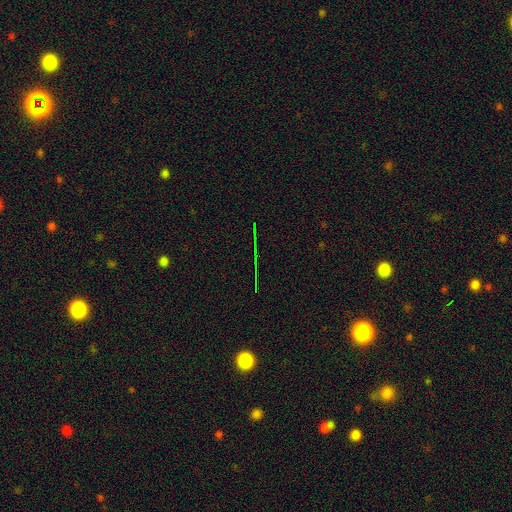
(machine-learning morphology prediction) This is likely a star or artifact rather than a galaxy (74%).